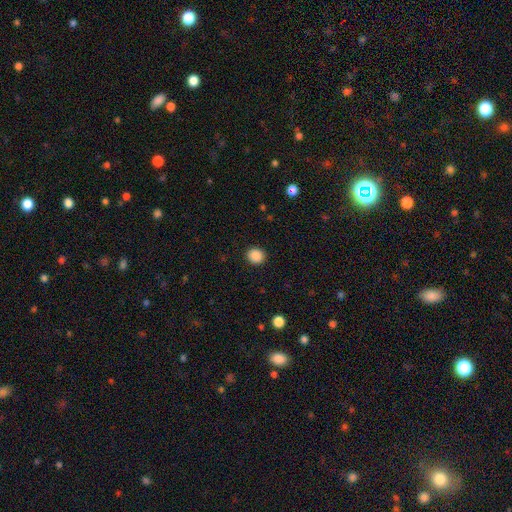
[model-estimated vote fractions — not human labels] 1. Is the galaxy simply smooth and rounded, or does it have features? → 88% smooth, 9% star or artifact, 3% featured or disk.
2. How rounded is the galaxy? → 87% round, 12% in between, 1% cigar-shaped.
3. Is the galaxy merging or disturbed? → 91% none, 6% minor disturbance, 2% major disturbance, 1% merger.